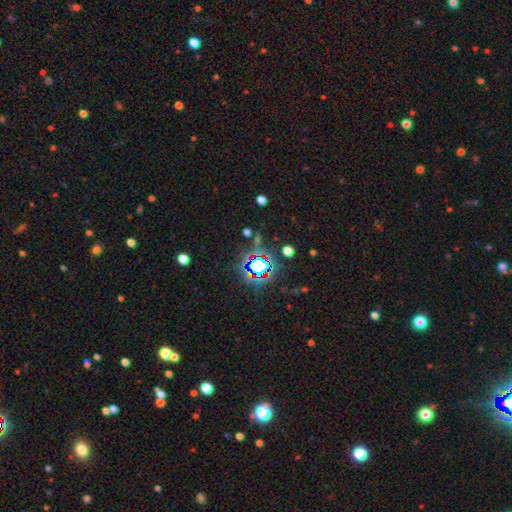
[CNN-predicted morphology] Overall: star or artifact (81%).